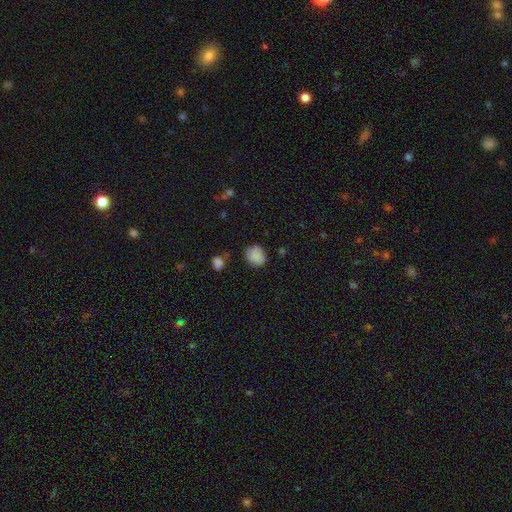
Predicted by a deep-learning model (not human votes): smooth_or_featured: smooth (p=0.86) [alt: star or artifact p=0.09]
how_rounded: round (p=0.66) [alt: in between p=0.33]
merging: none (p=0.75) [alt: minor disturbance p=0.18]